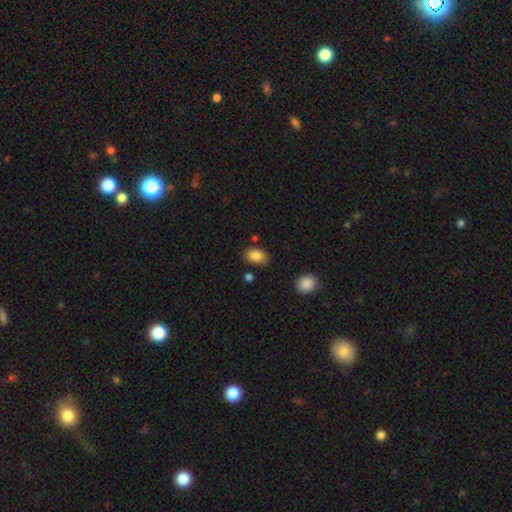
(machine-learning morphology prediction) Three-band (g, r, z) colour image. It shows a smooth galaxy with no disk features (86%) that is in between round and cigar-shaped (85%). Merging: none (78%).